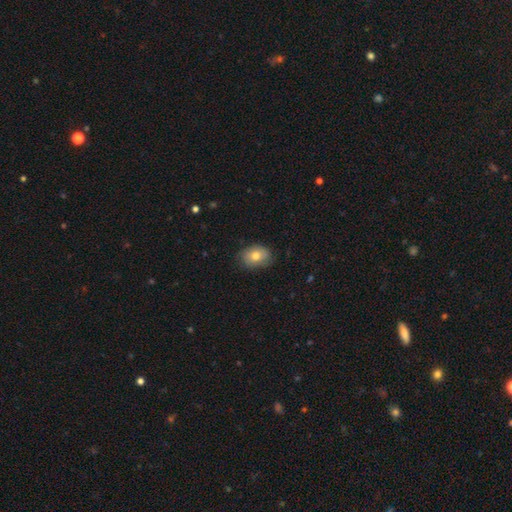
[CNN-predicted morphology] This is likely a smooth galaxy (77%). How rounded: likely in between (71%). Merging: likely none (77%).